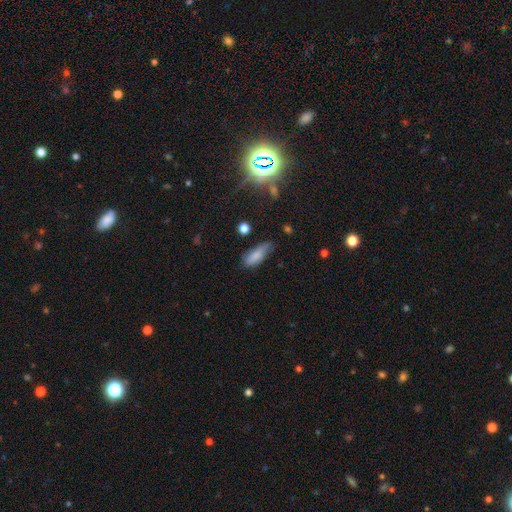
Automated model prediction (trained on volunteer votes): A smooth galaxy with no disk features (80%) that is in between round and cigar-shaped (70%).

Vote fractions:
- Smooth or featured? smooth: 80% / featured or disk: 12% / star or artifact: 8%
- How rounded? in between: 70% / cigar-shaped: 27% / round: 2%
- Merging? none: 54% / minor disturbance: 34% / major disturbance: 9% / merger: 3%